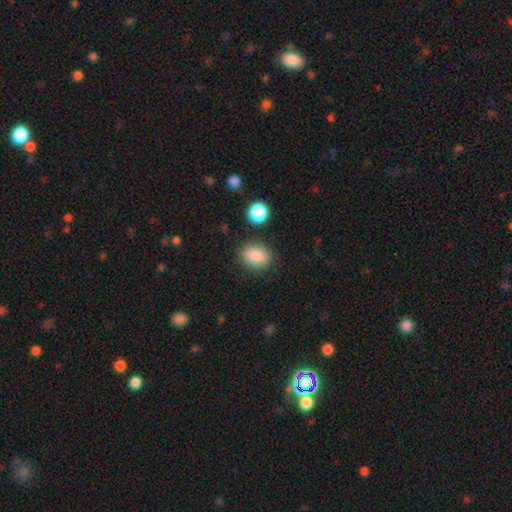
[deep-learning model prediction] Smooth or featured? Predicted: smooth (p=0.85). How rounded? Predicted: in between (p=0.58). Merging? Predicted: none (p=0.83).